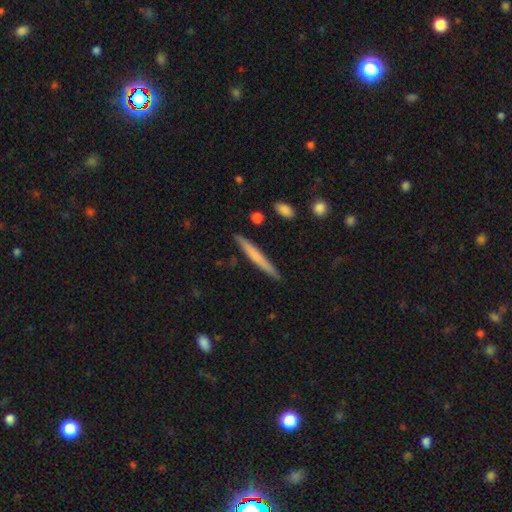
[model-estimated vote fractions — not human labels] Overall: smooth (61%; featured or disk 34%). How rounded: cigar-shaped (96%). Merging: none (87%).